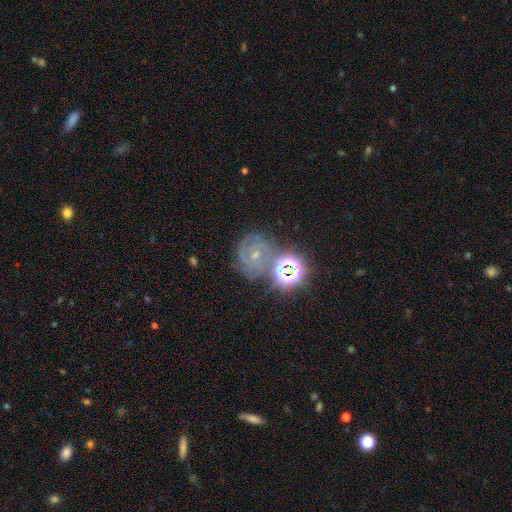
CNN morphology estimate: A featured or disk galaxy (60%) with no bar (67%), 3 (32%) tight (71%) spiral arms (94%) and a small central bulge (62%). Merging: none (69%).